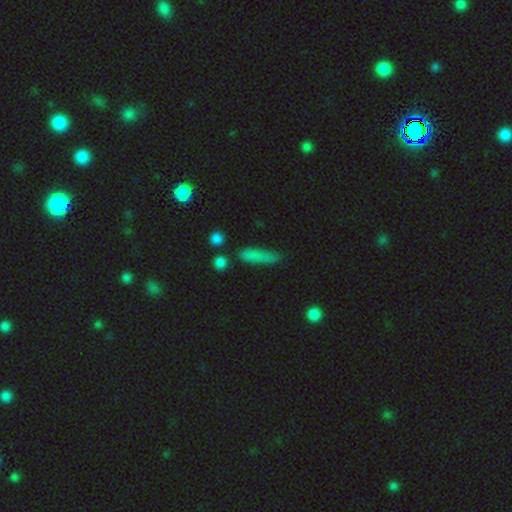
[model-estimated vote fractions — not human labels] smooth-or-featured: smooth: 78% | featured or disk: 12% | star or artifact: 10%
  how-rounded: cigar-shaped: 77% | in between: 19% | round: 4%
  merging: none: 64% | minor disturbance: 22% | major disturbance: 7% | merger: 7%